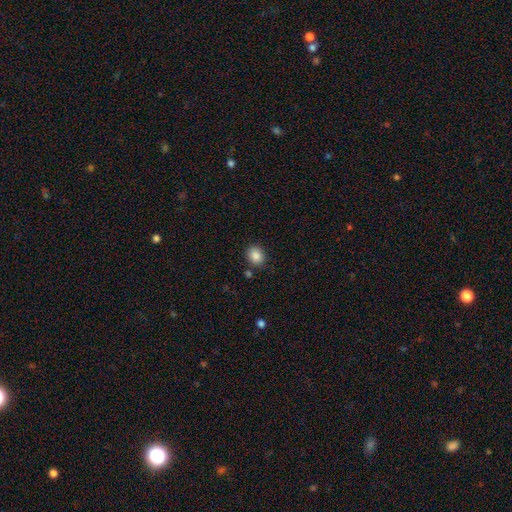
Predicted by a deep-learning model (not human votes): Smooth or featured: smooth — 86% (star or artifact — 10%)
How rounded: round — 68% (in between — 32%)
Merging: none — 83% (minor disturbance — 10%)